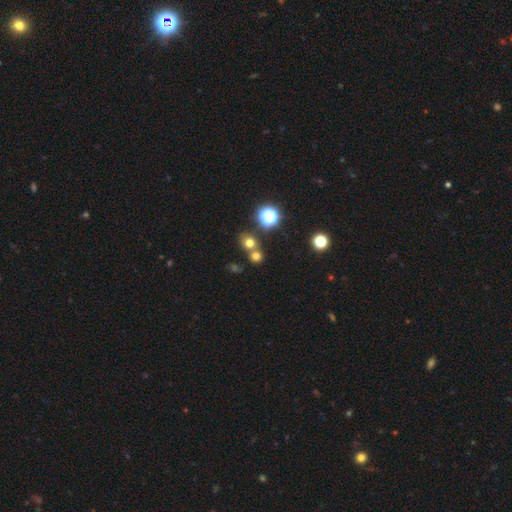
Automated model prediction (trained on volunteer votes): smooth-or-featured: smooth: 68% | star or artifact: 23% | featured or disk: 9%
  how-rounded: round: 82% | in between: 16% | cigar-shaped: 1%
  merging: none: 55% | merger: 35% | minor disturbance: 7% | major disturbance: 3%